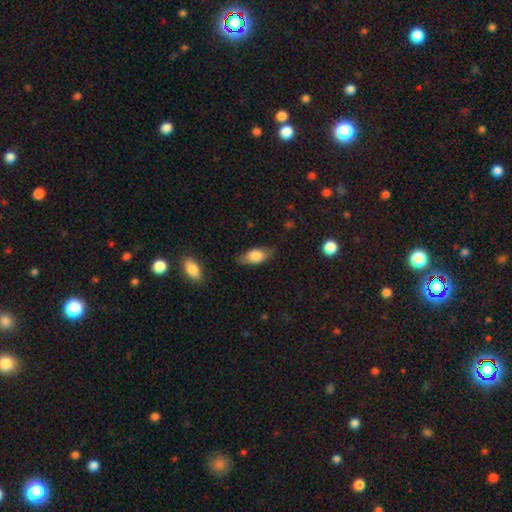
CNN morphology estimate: Smooth or featured? smooth (75%)
How rounded? in between (86%)
Merging? none (71%)